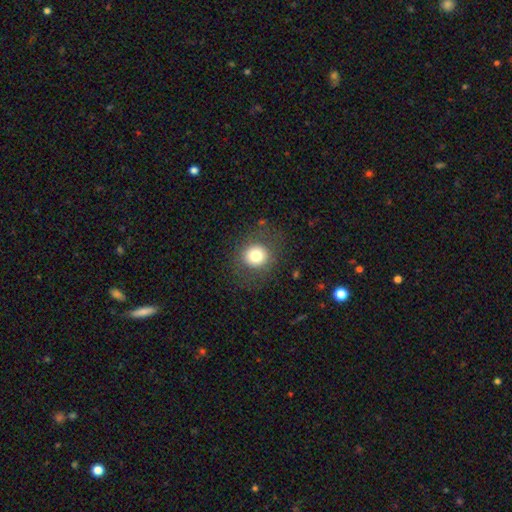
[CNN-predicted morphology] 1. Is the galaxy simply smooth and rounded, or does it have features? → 76% smooth, 12% featured or disk, 12% star or artifact.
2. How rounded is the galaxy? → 87% round, 12% in between, 1% cigar-shaped.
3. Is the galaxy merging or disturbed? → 82% none, 10% minor disturbance, 7% major disturbance, 1% merger.